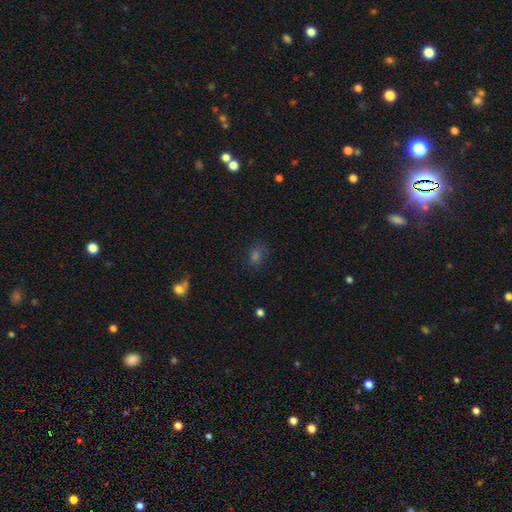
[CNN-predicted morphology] A smooth galaxy with no disk features (61%) that is in between round and cigar-shaped (54%). Merging: none (75%).